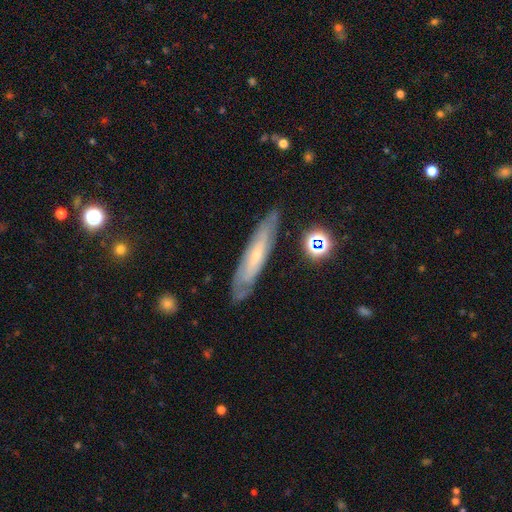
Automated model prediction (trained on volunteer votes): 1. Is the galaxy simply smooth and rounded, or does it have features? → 61% featured or disk, 31% smooth, 8% star or artifact.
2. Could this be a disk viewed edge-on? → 52% no, 48% yes.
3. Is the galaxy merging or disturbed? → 79% none, 16% minor disturbance, 4% major disturbance, 2% merger.